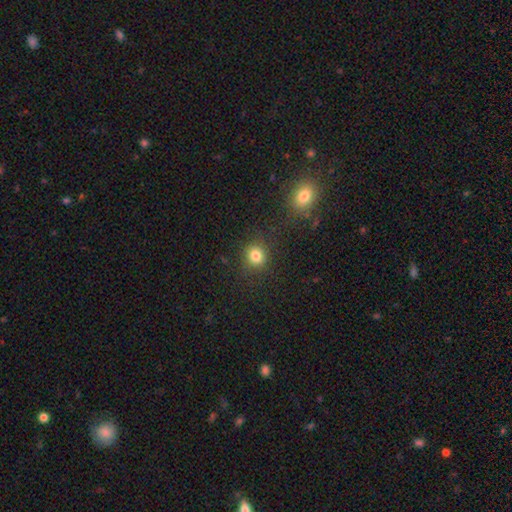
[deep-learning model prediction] Q: Smooth or featured?
A: smooth (81%); runner-up: star or artifact (14%)
Q: How rounded?
A: round (84%); runner-up: in between (15%)
Q: Merging?
A: none (85%); runner-up: minor disturbance (9%)